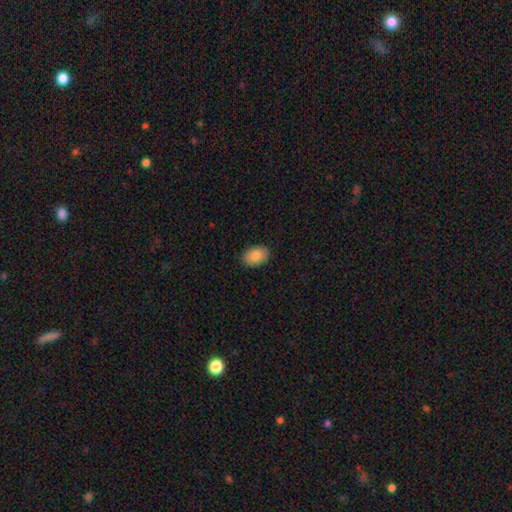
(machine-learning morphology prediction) smooth_or_featured: smooth (p=0.86) [alt: featured or disk p=0.07]
how_rounded: in between (p=0.84) [alt: round p=0.15]
merging: none (p=0.88) [alt: minor disturbance p=0.09]